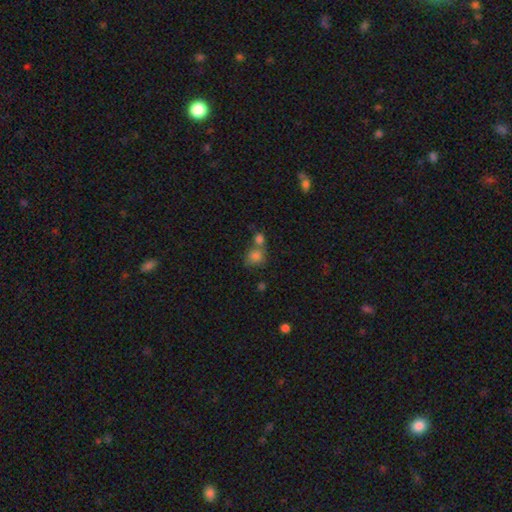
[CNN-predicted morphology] A smooth galaxy with no disk features (81%) that is round (68%).

Vote fractions:
- Smooth or featured? smooth: 81% / star or artifact: 11% / featured or disk: 8%
- How rounded? round: 68% / in between: 31% / cigar-shaped: 1%
- Merging? merger: 46% / none: 40% / minor disturbance: 10% / major disturbance: 4%